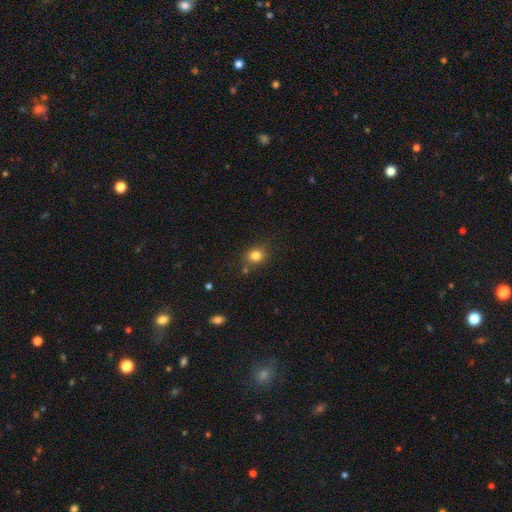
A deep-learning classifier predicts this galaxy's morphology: Q: Smooth or featured?
A: smooth (81%); runner-up: star or artifact (12%)
Q: How rounded?
A: round (70%); runner-up: in between (29%)
Q: Merging?
A: none (80%); runner-up: minor disturbance (12%)